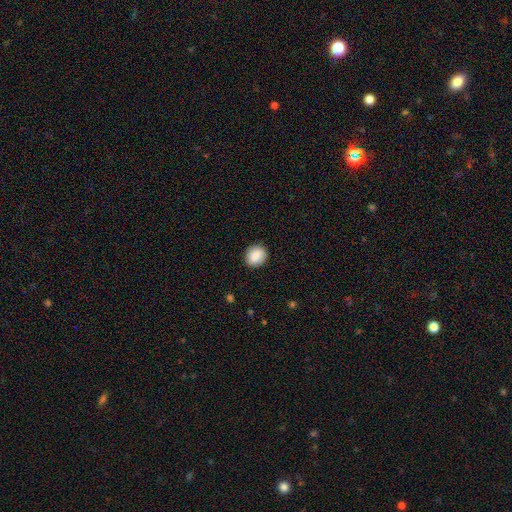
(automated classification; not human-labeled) A smooth galaxy with no disk features (85%) that is round (74%).

Vote fractions:
- Smooth or featured? smooth: 85% / featured or disk: 8% / star or artifact: 8%
- How rounded? round: 74% / in between: 25% / cigar-shaped: 1%
- Merging? none: 88% / minor disturbance: 8% / major disturbance: 2% / merger: 1%